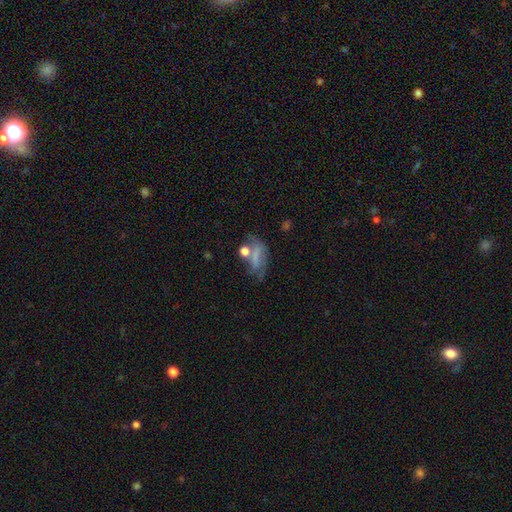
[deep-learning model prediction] Smooth or featured? Predicted: smooth (p=0.57). How rounded? Predicted: in between (p=0.77). Merging? Predicted: none (p=0.37).